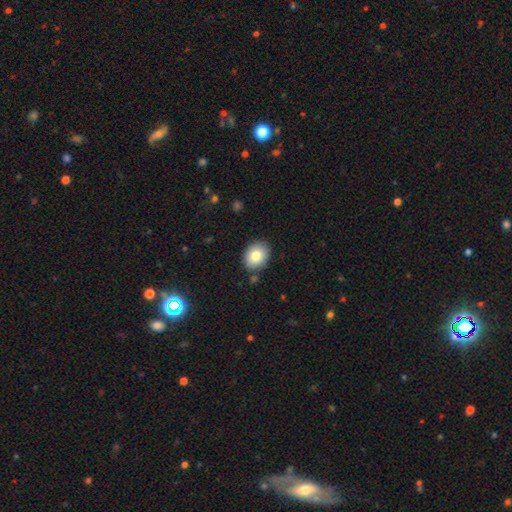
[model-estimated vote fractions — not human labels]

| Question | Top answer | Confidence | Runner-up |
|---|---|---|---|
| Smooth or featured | smooth | 82% | featured or disk (10%) |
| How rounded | in between | 56% | round (43%) |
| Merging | none | 85% | minor disturbance (11%) |